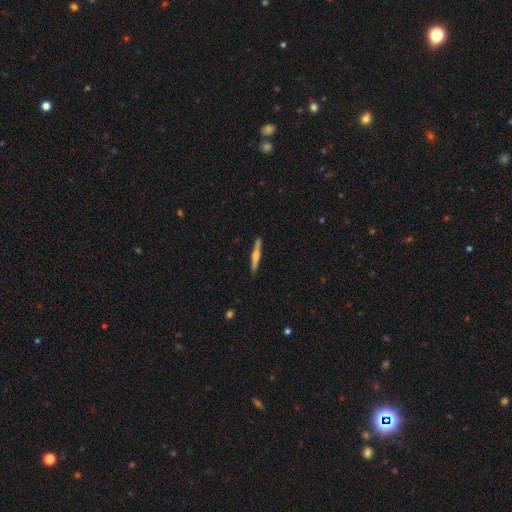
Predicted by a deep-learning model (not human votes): Smooth or featured? Predicted: featured or disk (p=0.66). Edge-on disk? Predicted: yes (p=0.98). Edge-on bulge? Predicted: rounded (p=0.82). Merging? Predicted: none (p=0.90).